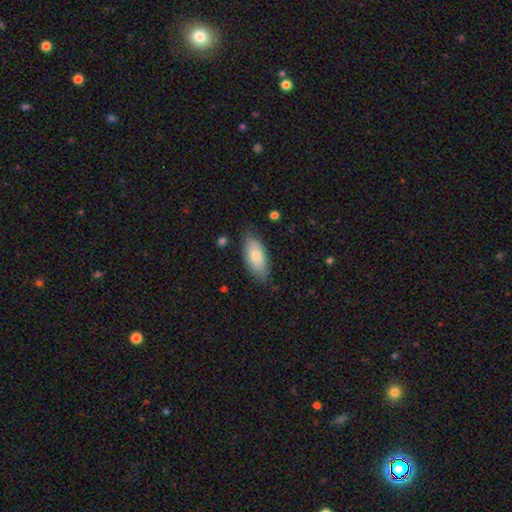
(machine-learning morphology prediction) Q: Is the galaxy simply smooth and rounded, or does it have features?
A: smooth — 74%.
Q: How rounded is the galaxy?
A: in between — 89%.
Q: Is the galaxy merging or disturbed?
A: none — 78%.